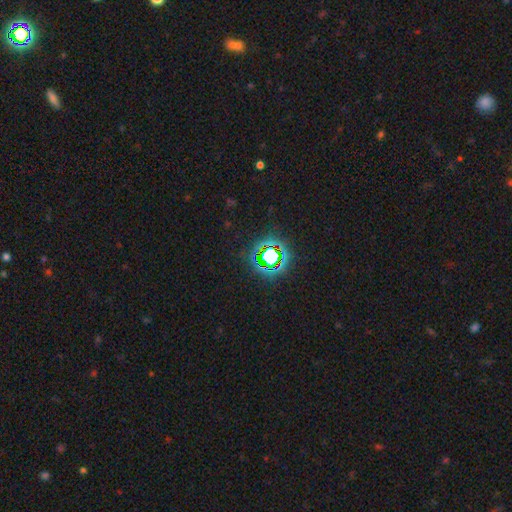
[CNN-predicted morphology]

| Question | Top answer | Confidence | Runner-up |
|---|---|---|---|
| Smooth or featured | star or artifact | 80% | smooth (13%) |